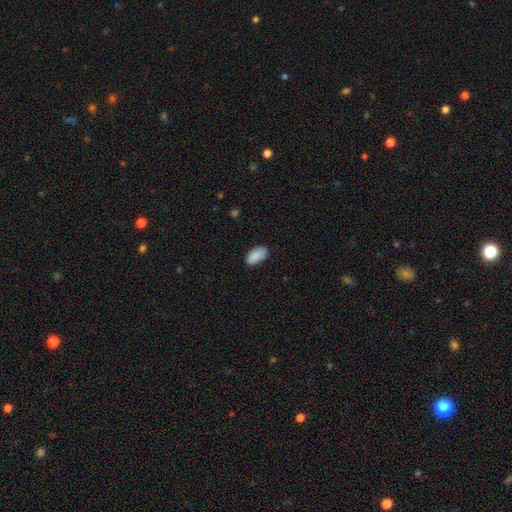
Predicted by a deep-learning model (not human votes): The model was most divided on "merging": none: 77%, minor disturbance: 18%, major disturbance: 3%, merger: 1%. More confident: how rounded — in between (94%); smooth or featured — smooth (88%).